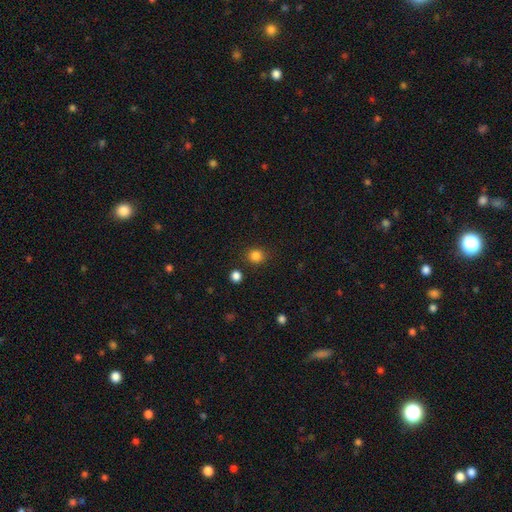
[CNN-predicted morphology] Smooth or featured? Predicted: smooth (p=0.84). How rounded? Predicted: round (p=0.84). Merging? Predicted: none (p=0.86).